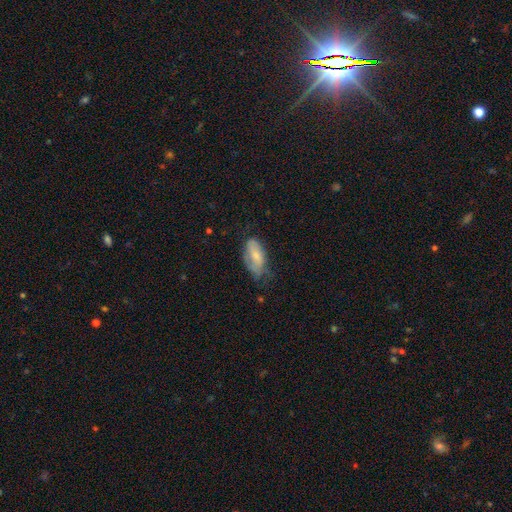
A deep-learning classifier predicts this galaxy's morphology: This appears to be a smooth galaxy with no disk features (65%) that is in between round and cigar-shaped (90%). Merging: none (43%).